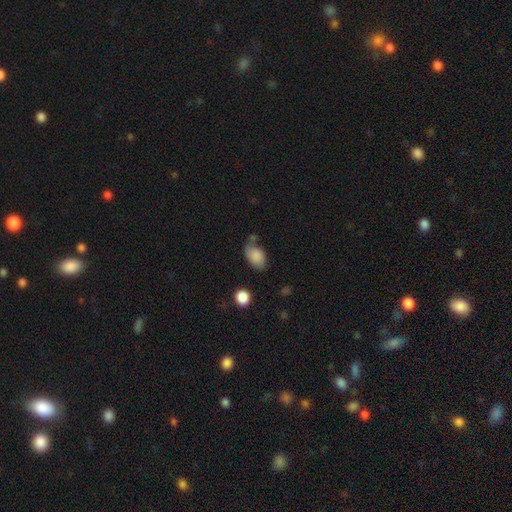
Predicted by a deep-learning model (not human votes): This is clearly a smooth galaxy (85%). How rounded: clearly in between (87%). Merging: possibly none (57%).